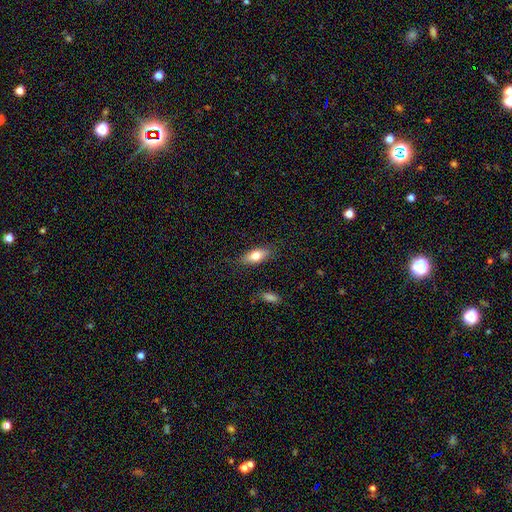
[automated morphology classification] Smooth or featured?
  - smooth: 76% *
  - featured or disk: 17%
  - star or artifact: 7%
How rounded?
  - in between: 82% *
  - cigar-shaped: 14%
  - round: 4%
Merging?
  - none: 82% *
  - minor disturbance: 13%
  - major disturbance: 3%
  - merger: 2%